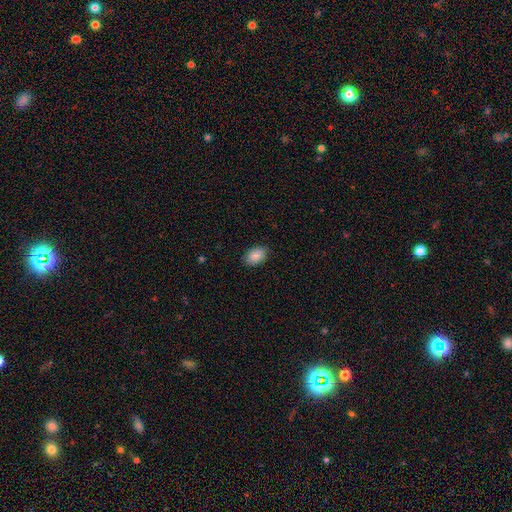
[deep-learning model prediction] A smooth galaxy with no disk features (89%) that is in between round and cigar-shaped (89%).

Vote fractions:
- Smooth or featured? smooth: 89% / star or artifact: 7% / featured or disk: 4%
- How rounded? in between: 89% / round: 10% / cigar-shaped: 1%
- Merging? none: 88% / minor disturbance: 9% / major disturbance: 2% / merger: 1%